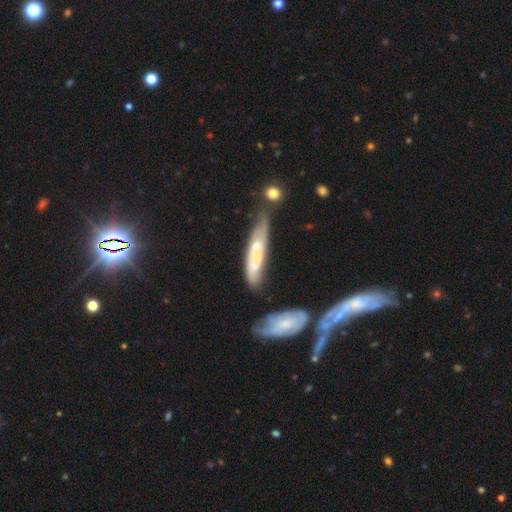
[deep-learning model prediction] Smooth or featured: featured or disk — 55% (smooth — 37%)
Edge-on disk: no — 54% (yes — 46%)
Merging: none — 47% (minor disturbance — 26%)